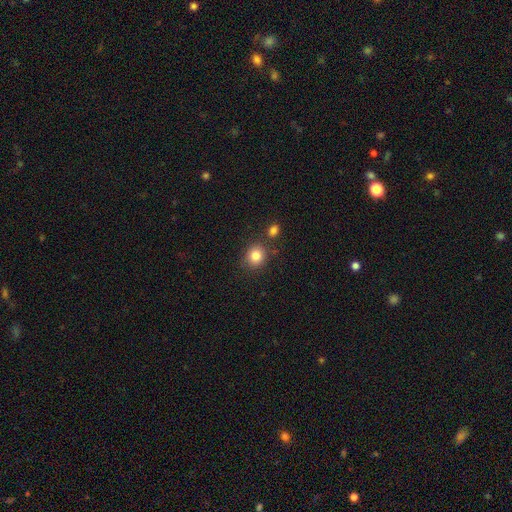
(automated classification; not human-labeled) Smooth or featured? Predicted: smooth (p=0.83). How rounded? Predicted: round (p=0.76). Merging? Predicted: none (p=0.77).